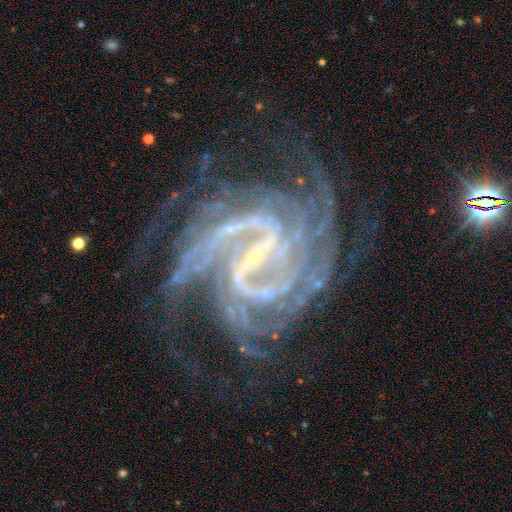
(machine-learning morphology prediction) smooth-or-featured: featured or disk: 92% | star or artifact: 6% | smooth: 2%
  disk-edge-on: no: 98% | yes: 2%
    bar: strong: 70% | weak: 24% | no: 7%
    has-spiral-arms: yes: 98% | no: 2%
      spiral-winding: tight: 53% | medium: 38% | loose: 9%
      spiral-arm-count: 2: 22% | 4: 20% | can't tell: 17% | 3: 16% | more than 4: 15% | 1: 9%
    bulge-size: small: 77% | moderate: 11% | none: 10% | large: 2% | dominant: 1%
  merging: none: 64% | minor disturbance: 17% | major disturbance: 16% | merger: 3%